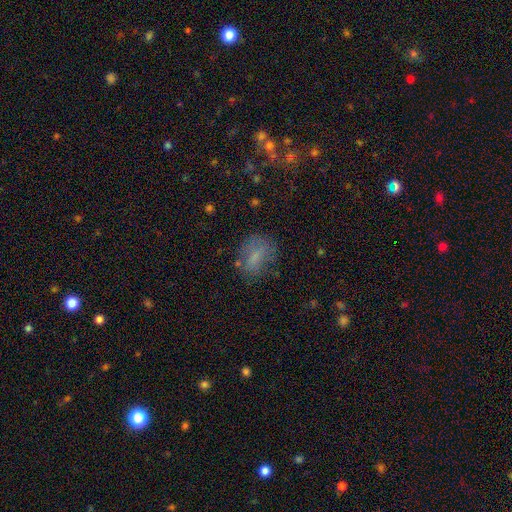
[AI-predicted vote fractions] Overall: smooth (66%). How rounded: in between (66%; round 31%). Merging: none (62%; minor disturbance 22%).